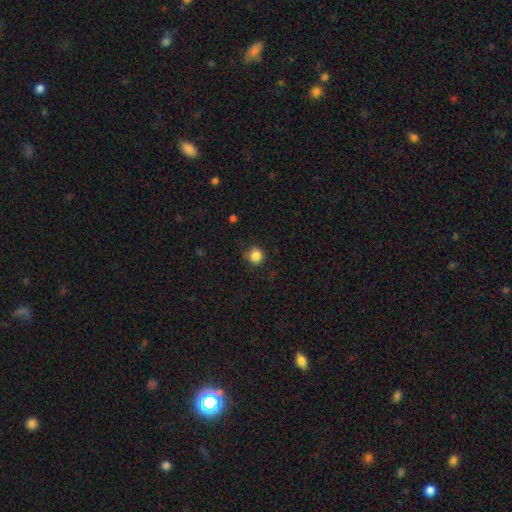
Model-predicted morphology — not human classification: A smooth galaxy with no disk features (85%) that is round (92%). Merging: none (79%).